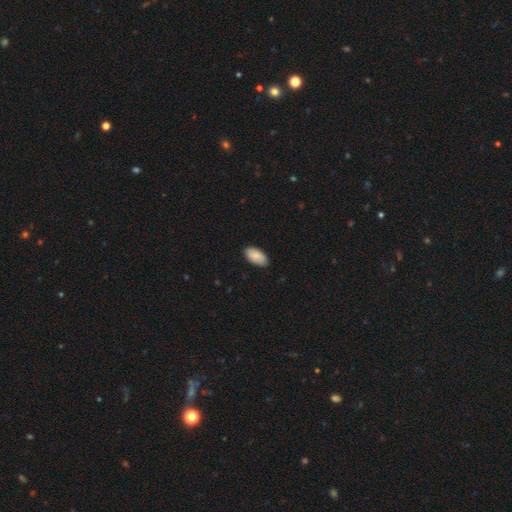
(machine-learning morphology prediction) This is clearly a smooth galaxy (85%). How rounded: clearly in between (96%). Merging: clearly none (85%).